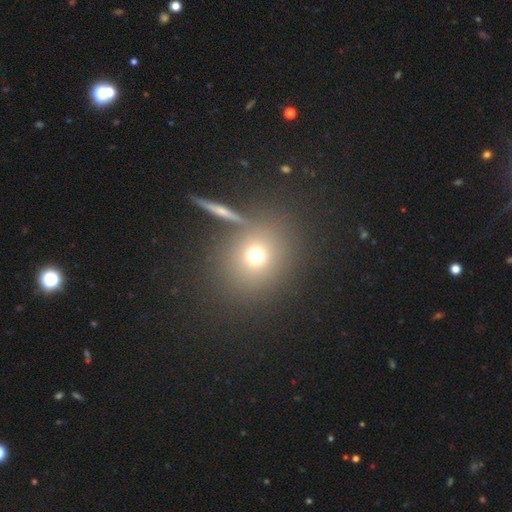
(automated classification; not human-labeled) This appears to be a smooth galaxy with no disk features (69%) that is round (83%). Merging: none (74%).